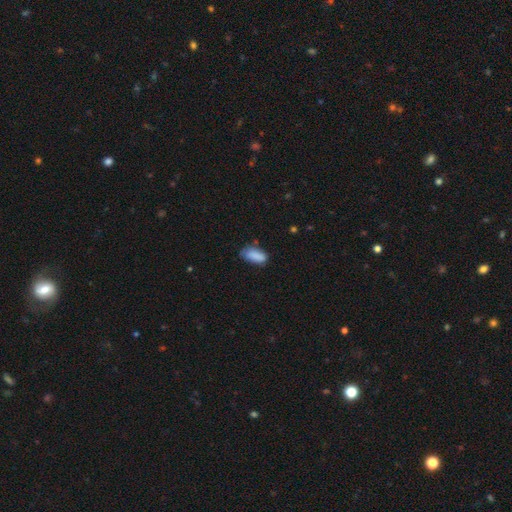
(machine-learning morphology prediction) This is clearly a smooth galaxy (86%). How rounded: clearly in between (88%). Merging: possibly none (60%).